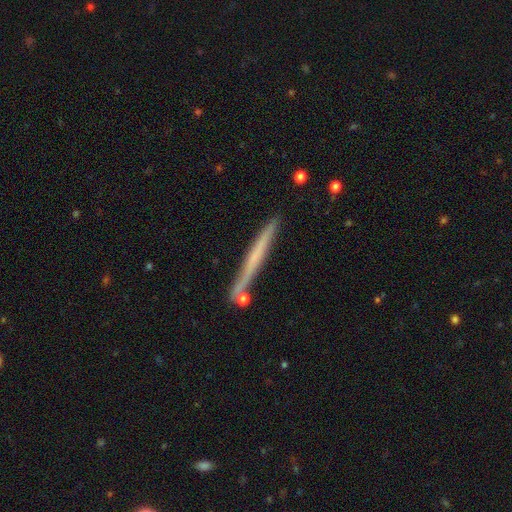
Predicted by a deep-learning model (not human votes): Smooth or featured? featured or disk (47%)
Merging? none (84%)